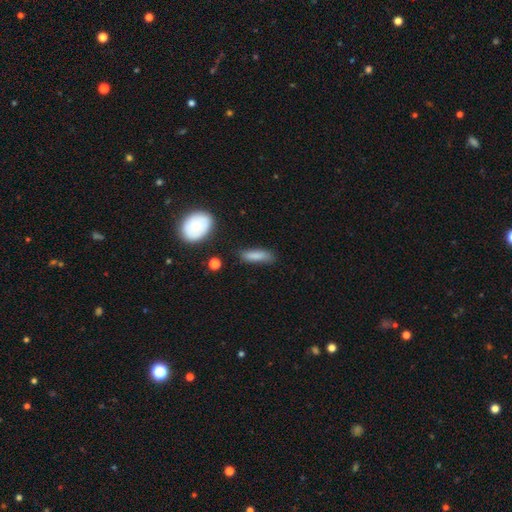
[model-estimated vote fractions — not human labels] smooth-or-featured: smooth: 81% | featured or disk: 12% | star or artifact: 7%
  how-rounded: cigar-shaped: 58% | in between: 40% | round: 2%
  merging: none: 70% | minor disturbance: 22% | major disturbance: 5% | merger: 3%